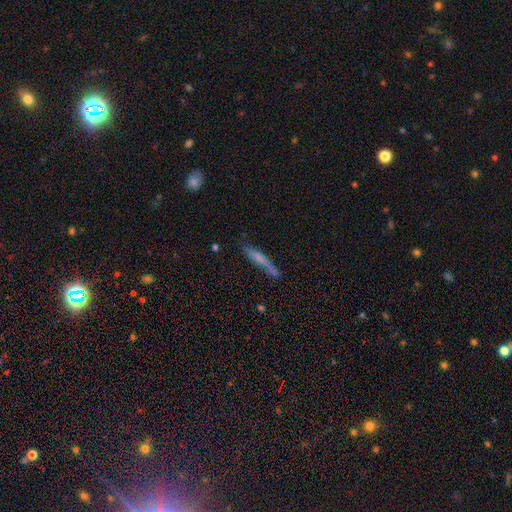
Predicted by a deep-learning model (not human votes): smooth 48%, featured or disk 41%, star or artifact 11%. Down the decision tree: merging — none (67%).